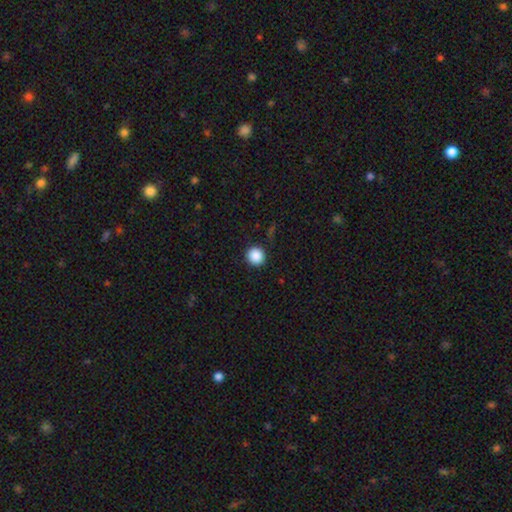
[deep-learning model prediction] Overall: smooth (88%). How rounded: round (94%). Merging: none (91%).